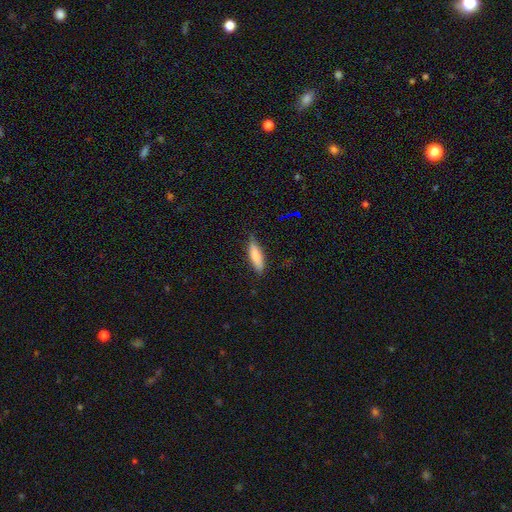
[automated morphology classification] A smooth galaxy with no disk features (80%) that is cigar-shaped (58%). Merging: none (77%).